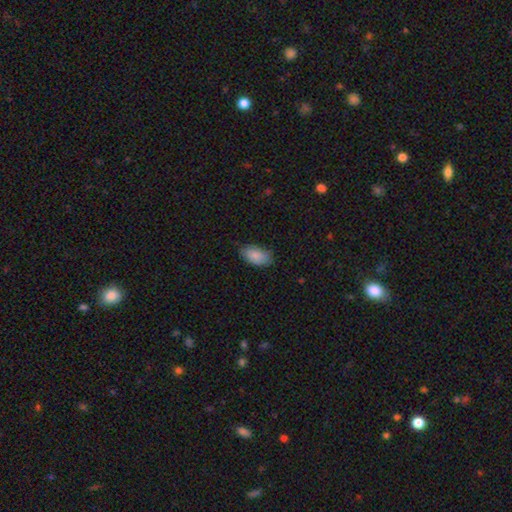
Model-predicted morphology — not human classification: type=smooth (87%); roundness=in between (94%); merging=none (77%).